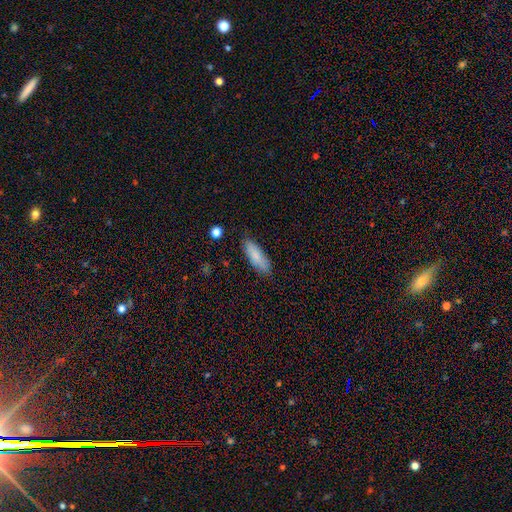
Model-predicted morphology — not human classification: smooth 83%, featured or disk 11%, star or artifact 6%. Down the decision tree: how rounded — in between (53%); merging — none (82%).